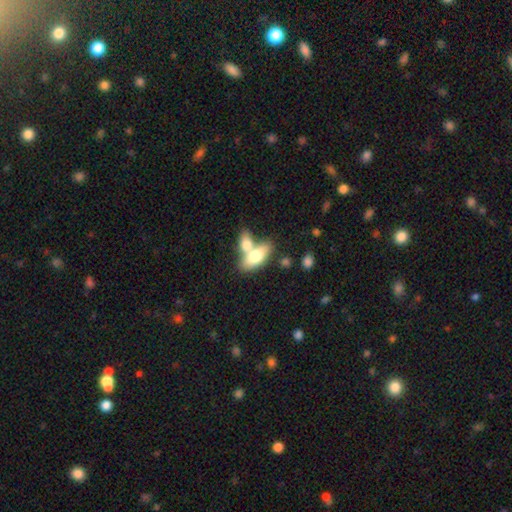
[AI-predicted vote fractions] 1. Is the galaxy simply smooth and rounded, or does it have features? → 71% smooth, 23% featured or disk, 6% star or artifact.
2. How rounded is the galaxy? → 84% in between, 12% cigar-shaped, 5% round.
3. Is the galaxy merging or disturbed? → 62% merger, 27% none, 7% minor disturbance, 4% major disturbance.